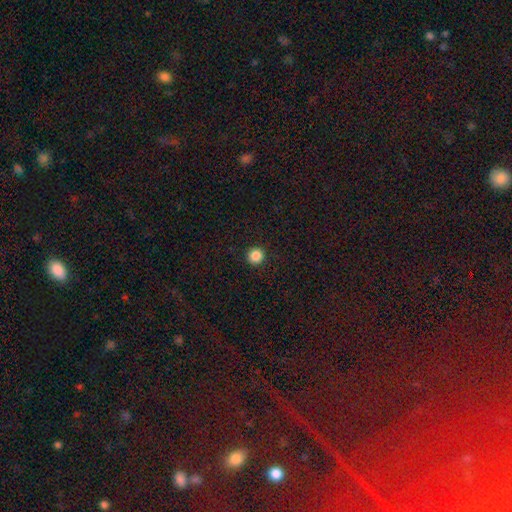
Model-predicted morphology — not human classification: A smooth galaxy with no disk features (86%) that is round (95%).

Vote fractions:
- Smooth or featured? smooth: 86% / star or artifact: 11% / featured or disk: 3%
- How rounded? round: 95% / in between: 4% / cigar-shaped: 1%
- Merging? none: 93% / minor disturbance: 5% / major disturbance: 2% / merger: 1%